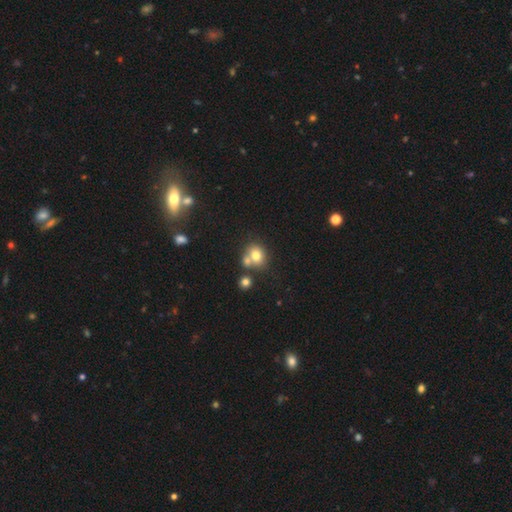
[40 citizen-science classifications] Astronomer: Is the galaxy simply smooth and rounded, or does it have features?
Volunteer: smooth — 80%.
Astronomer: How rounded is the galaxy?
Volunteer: round — 72%.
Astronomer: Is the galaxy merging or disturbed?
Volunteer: none — 49% (runner-up: merger, 43%).